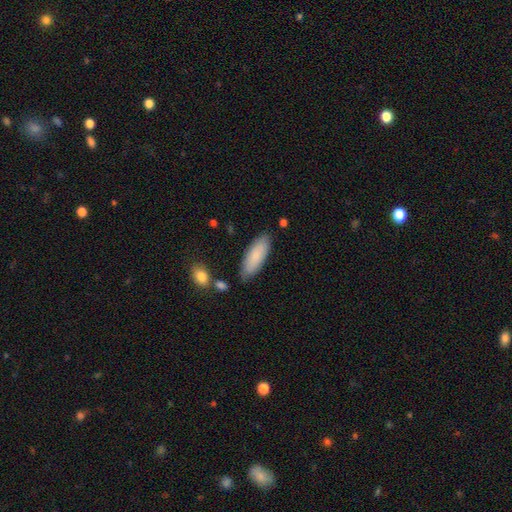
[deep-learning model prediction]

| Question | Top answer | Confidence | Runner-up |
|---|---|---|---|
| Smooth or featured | smooth | 84% | featured or disk (10%) |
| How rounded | in between | 67% | cigar-shaped (31%) |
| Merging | none | 81% | minor disturbance (13%) |